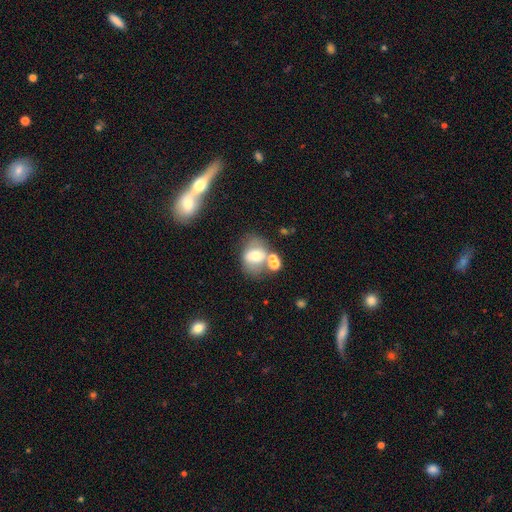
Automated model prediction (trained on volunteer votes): Q: Smooth or featured?
A: smooth (55%); runner-up: featured or disk (34%)
Q: How rounded?
A: round (50%); runner-up: in between (49%)
Q: Merging?
A: none (44%); runner-up: merger (30%)